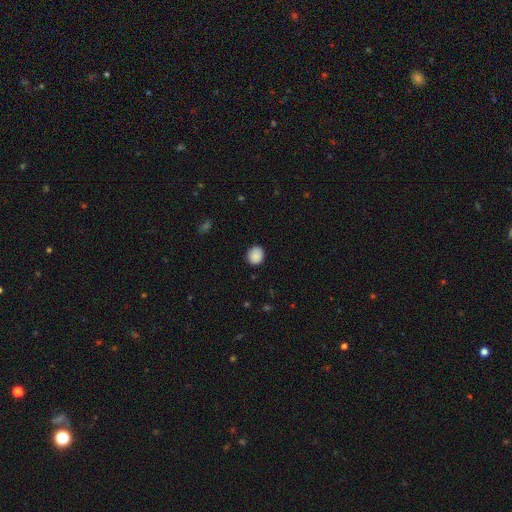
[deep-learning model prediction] Morphology: type=smooth (89%); roundness=round (80%); merging=none (87%).